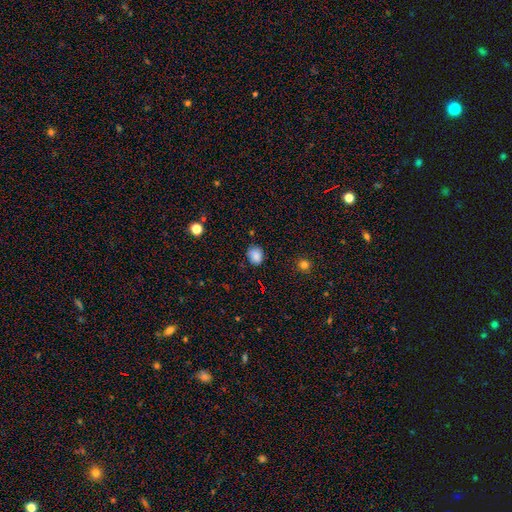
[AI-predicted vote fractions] Morphology: type=smooth (84%); roundness=round (55%); merging=none (77%).